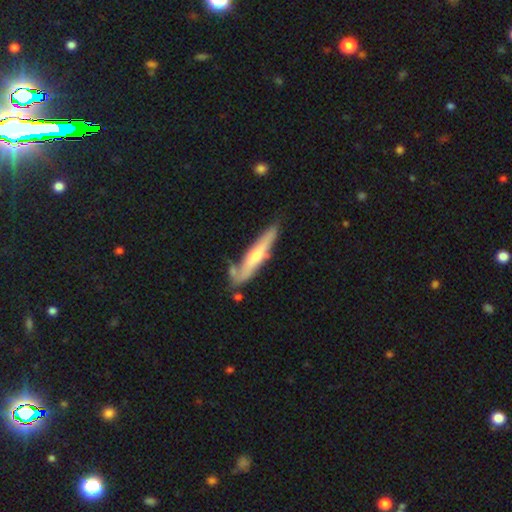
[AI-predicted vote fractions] Smooth or featured?
  - featured or disk: 65% *
  - smooth: 28%
  - star or artifact: 7%
Edge-on disk?
  - yes: 81% *
  - no: 19%
Edge-on bulge?
  - rounded: 78% *
  - none: 15%
  - boxy: 7%
Merging?
  - none: 65% *
  - minor disturbance: 23%
  - major disturbance: 6%
  - merger: 5%